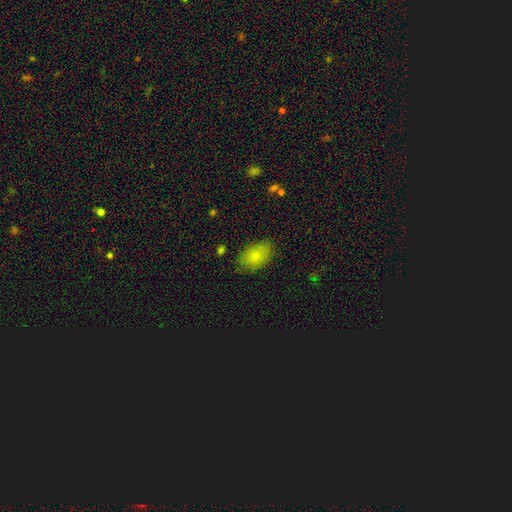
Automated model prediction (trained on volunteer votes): Smooth or featured? smooth (83%)
How rounded? in between (88%)
Merging? none (79%)